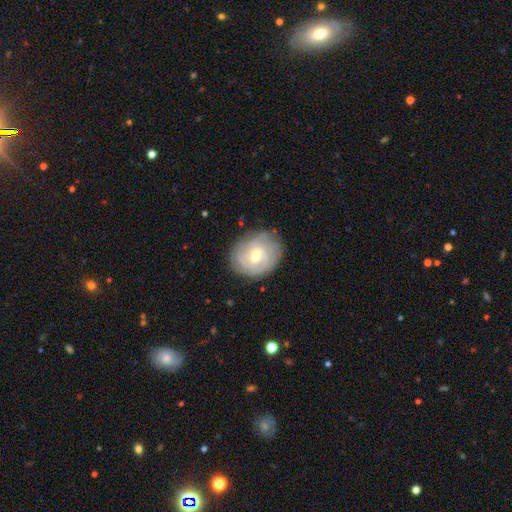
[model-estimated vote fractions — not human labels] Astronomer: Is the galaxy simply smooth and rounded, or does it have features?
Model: featured or disk — 78%.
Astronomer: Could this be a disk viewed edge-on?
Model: no — 97%.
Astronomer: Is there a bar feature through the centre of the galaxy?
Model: weak — 52% (runner-up: no, 38%).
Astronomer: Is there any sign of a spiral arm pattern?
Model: yes — 93%.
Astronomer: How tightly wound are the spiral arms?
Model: tight — 76%.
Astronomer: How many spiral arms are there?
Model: can't tell — 40% (runner-up: 2, 22%).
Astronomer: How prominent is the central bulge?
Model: moderate — 51% (runner-up: small, 45%).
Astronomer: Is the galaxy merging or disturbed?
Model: none — 80%.